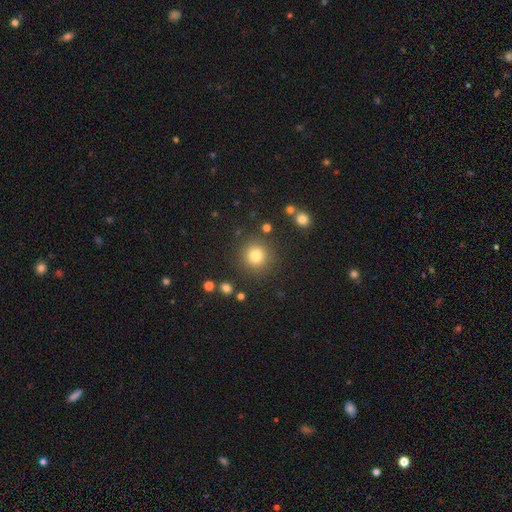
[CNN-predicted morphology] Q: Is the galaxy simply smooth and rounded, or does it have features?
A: smooth — 80%.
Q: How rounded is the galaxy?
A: round — 93%.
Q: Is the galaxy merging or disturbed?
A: none — 87%.